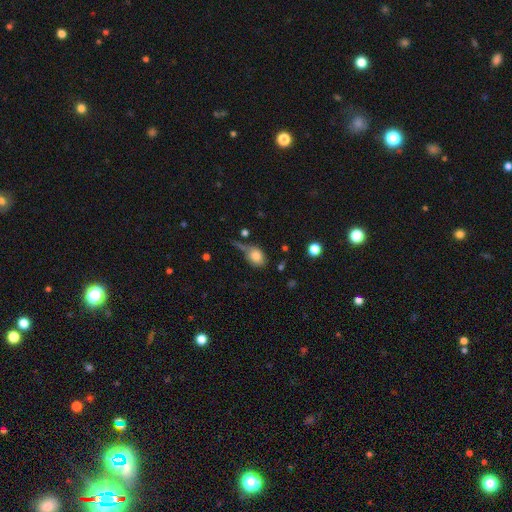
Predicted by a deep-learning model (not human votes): This appears to be a smooth galaxy with no disk features (78%) that is in between round and cigar-shaped (61%). Merging: none (40%).